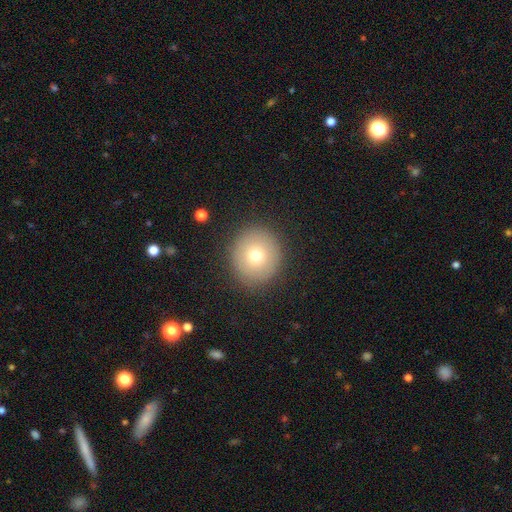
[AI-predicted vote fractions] smooth_or_featured: smooth (p=0.70) [alt: featured or disk p=0.17]
how_rounded: round (p=0.88) [alt: in between p=0.11]
merging: none (p=0.88) [alt: minor disturbance p=0.08]